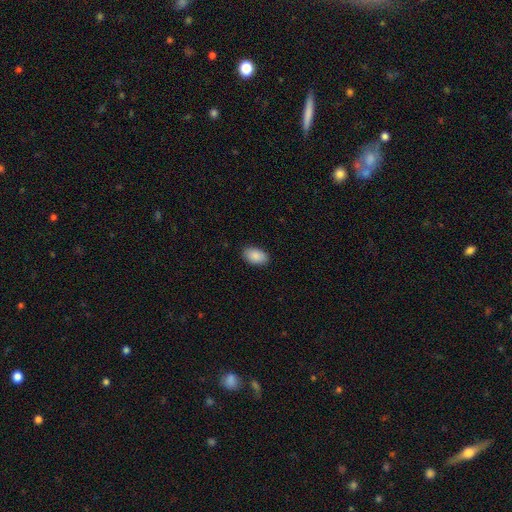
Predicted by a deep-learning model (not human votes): Smooth or featured: smooth — 89% (star or artifact — 6%)
How rounded: in between — 93% (round — 6%)
Merging: none — 88% (minor disturbance — 9%)